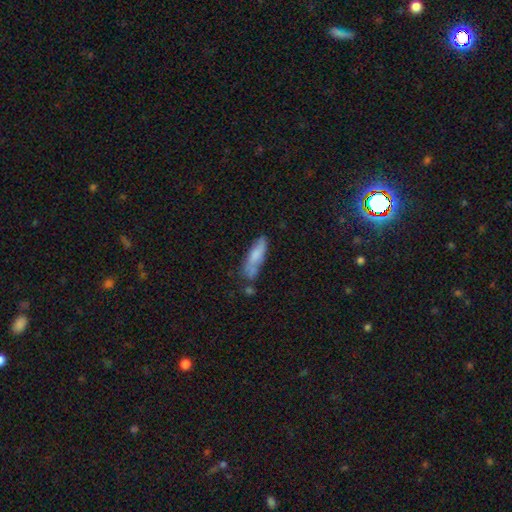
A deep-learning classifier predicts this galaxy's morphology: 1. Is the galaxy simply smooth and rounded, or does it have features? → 69% smooth, 24% featured or disk, 7% star or artifact.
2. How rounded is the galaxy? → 61% cigar-shaped, 38% in between, 2% round.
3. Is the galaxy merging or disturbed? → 58% none, 23% minor disturbance, 12% merger, 6% major disturbance.